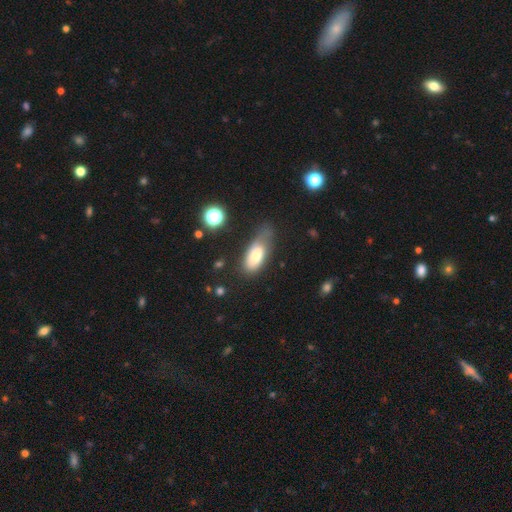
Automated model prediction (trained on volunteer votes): Morphology: type=smooth (71%); roundness=in between (83%); merging=minor disturbance (36%).